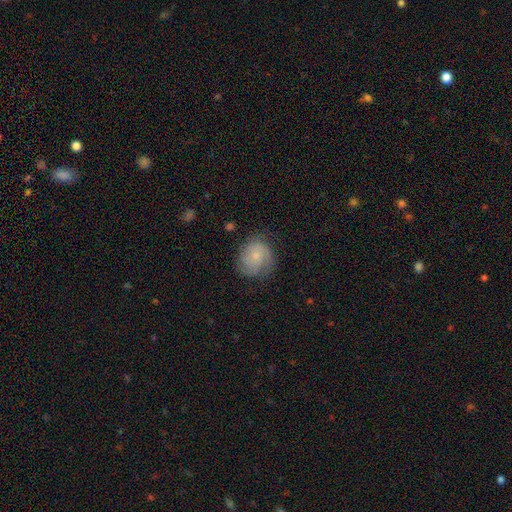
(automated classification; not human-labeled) smooth-or-featured: featured or disk: 52% | smooth: 40% | star or artifact: 8%
  disk-edge-on: no: 98% | yes: 2%
    bar: no: 79% | weak: 19% | strong: 2%
    has-spiral-arms: yes: 88% | no: 12%
    bulge-size: small: 72% | moderate: 20% | none: 6% | large: 2% | dominant: 1%
  merging: none: 68% | minor disturbance: 21% | major disturbance: 9% | merger: 1%